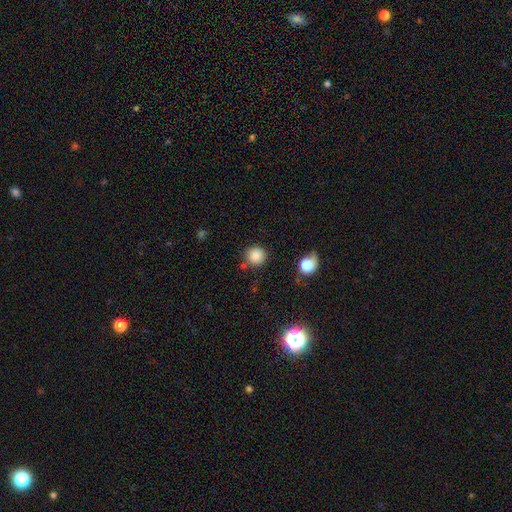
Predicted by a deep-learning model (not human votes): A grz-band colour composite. It shows a smooth galaxy with no disk features (85%) that is round (92%). Merging: none (78%).